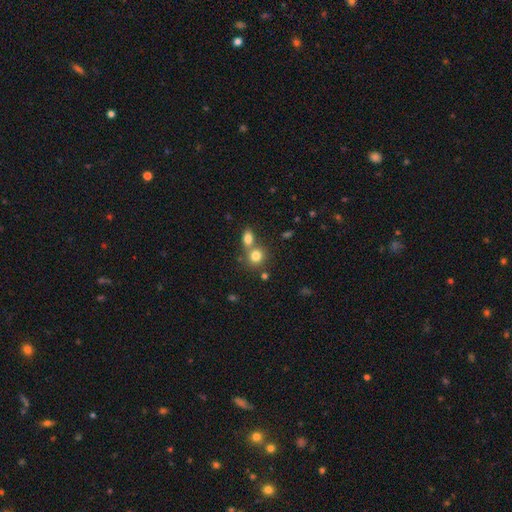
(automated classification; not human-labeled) Smooth or featured: smooth — 79% (star or artifact — 12%)
How rounded: round — 74% (in between — 24%)
Merging: none — 47% (merger — 42%)